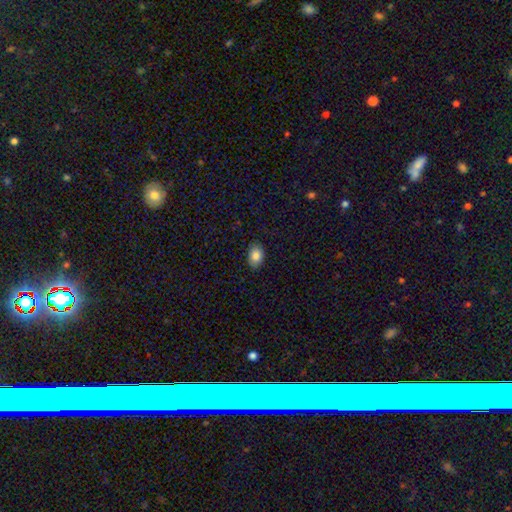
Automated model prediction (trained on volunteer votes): Q: Smooth or featured?
A: smooth (85%); runner-up: star or artifact (8%)
Q: How rounded?
A: in between (82%); runner-up: round (17%)
Q: Merging?
A: none (88%); runner-up: minor disturbance (9%)